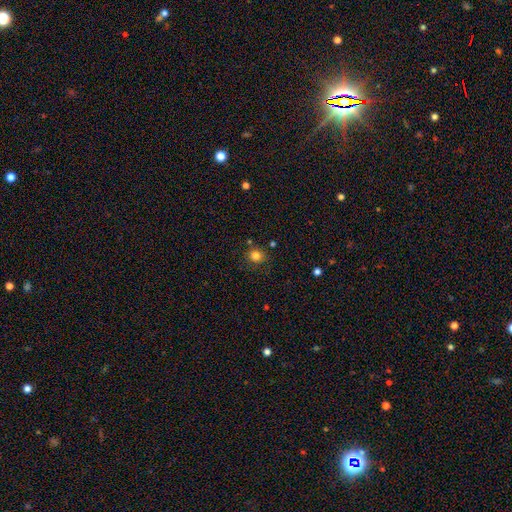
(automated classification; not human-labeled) This is clearly a smooth galaxy (81%). How rounded: clearly round (86%). Merging: clearly none (81%).